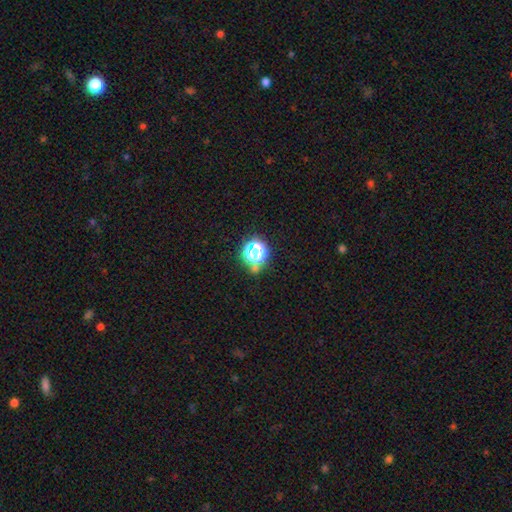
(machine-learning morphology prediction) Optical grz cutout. It shows a star or artifact, not a galaxy (54%).